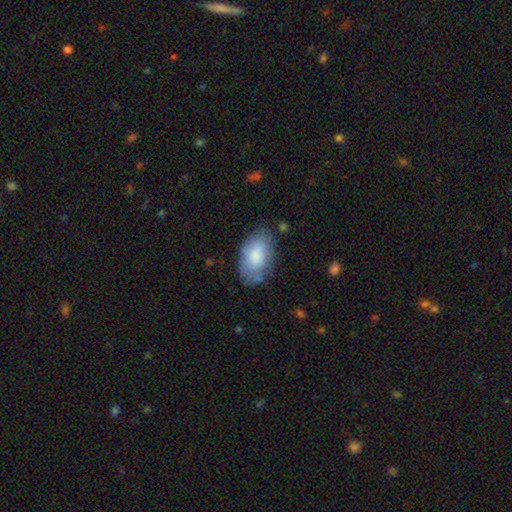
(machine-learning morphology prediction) smooth_or_featured: smooth (p=0.81) [alt: featured or disk p=0.13]
how_rounded: in between (p=0.94) [alt: round p=0.05]
merging: none (p=0.66) [alt: minor disturbance p=0.24]